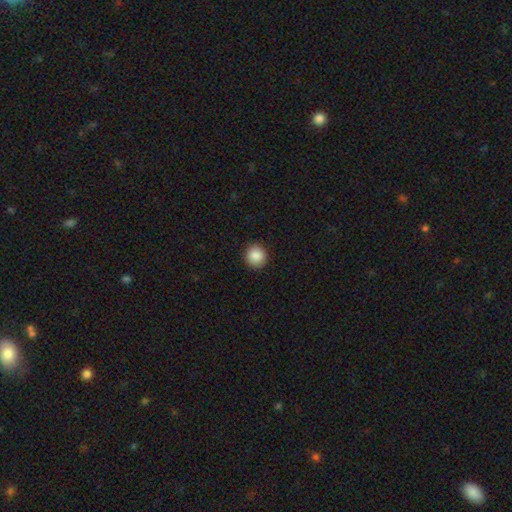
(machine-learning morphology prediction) Q: Smooth or featured?
A: smooth (88%); runner-up: star or artifact (9%)
Q: How rounded?
A: round (91%); runner-up: in between (8%)
Q: Merging?
A: none (92%); runner-up: minor disturbance (6%)